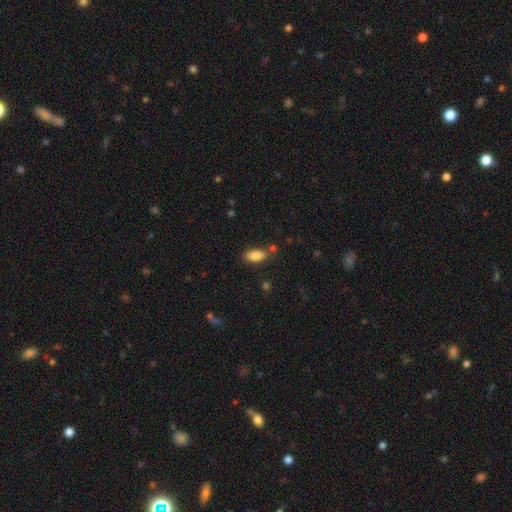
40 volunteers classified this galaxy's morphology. A smooth galaxy with no disk features (85%) that is in between round and cigar-shaped (97%).

Vote fractions:
- Smooth or featured? smooth: 85% / featured or disk: 10% / star or artifact: 5%
- How rounded? in between: 97% / cigar-shaped: 3% / round: 0%
- Merging? none: 79% / minor disturbance: 16% / major disturbance: 5% / merger: 0%